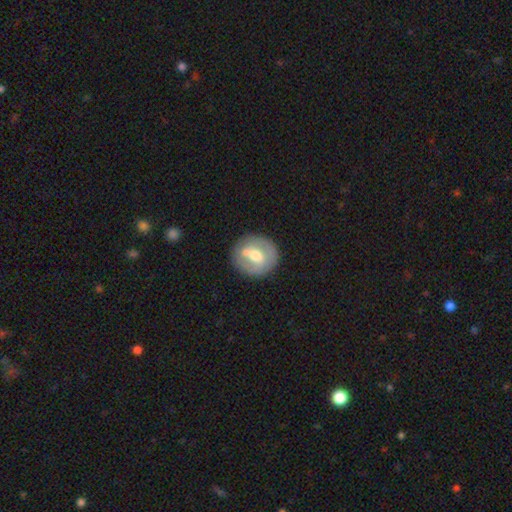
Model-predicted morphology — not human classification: Smooth or featured? smooth (49%)
Merging? none (72%)